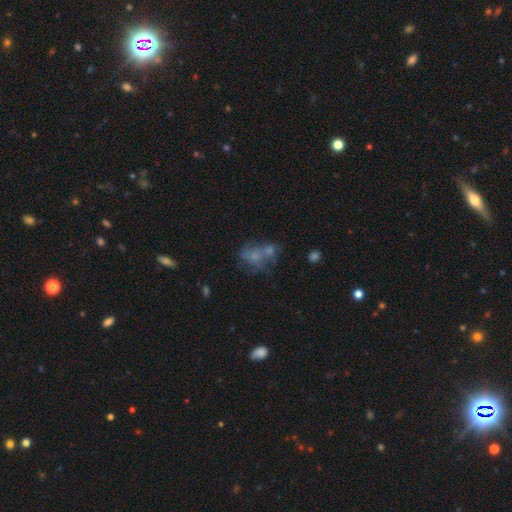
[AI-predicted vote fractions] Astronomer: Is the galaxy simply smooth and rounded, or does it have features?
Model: smooth — 44% (runner-up: featured or disk, 39%).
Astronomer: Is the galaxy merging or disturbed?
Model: merger — 42% (runner-up: none, 28%).